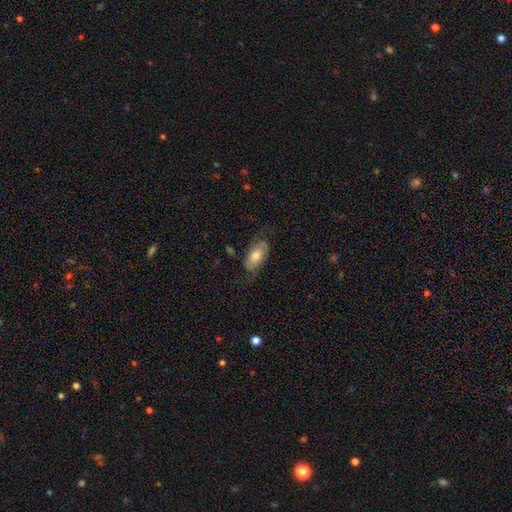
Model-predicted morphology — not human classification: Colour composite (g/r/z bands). It shows a smooth galaxy with no disk features (54%) that is in between round and cigar-shaped (90%). Merging: none (67%).